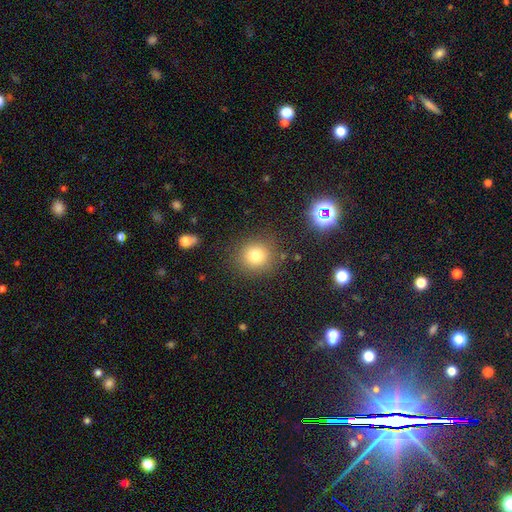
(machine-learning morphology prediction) Smooth or featured: smooth — 79% (star or artifact — 13%)
How rounded: round — 87% (in between — 12%)
Merging: none — 84% (minor disturbance — 9%)